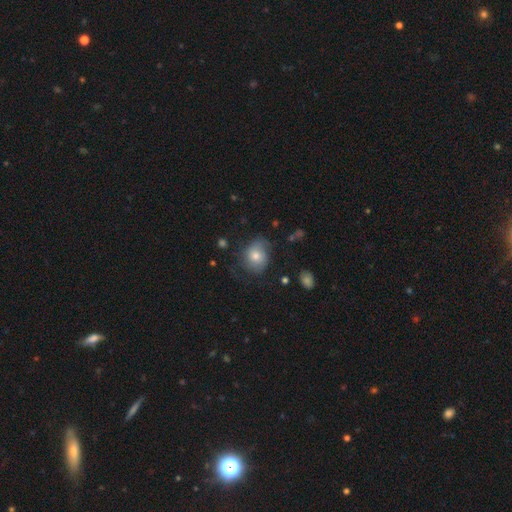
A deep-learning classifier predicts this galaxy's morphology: Overall: smooth (61%; featured or disk 29%). How rounded: round (62%; in between 37%). Merging: none (60%; minor disturbance 26%).